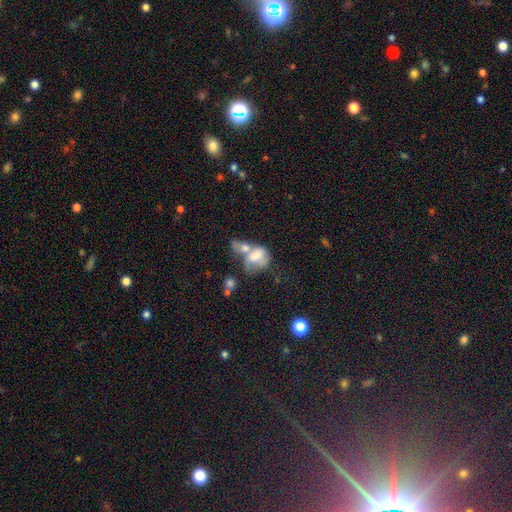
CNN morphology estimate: A smooth galaxy with no disk features (61%) that is in between round and cigar-shaped (76%). Merging: merger (65%).